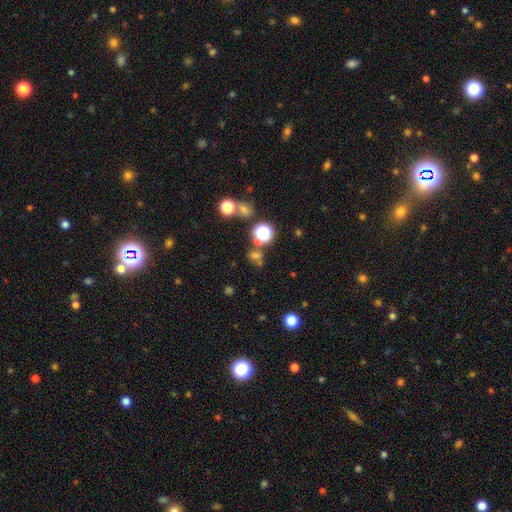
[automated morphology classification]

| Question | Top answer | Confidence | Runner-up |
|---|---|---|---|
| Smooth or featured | smooth | 49% | star or artifact (41%) |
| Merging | none | 64% | merger (19%) |